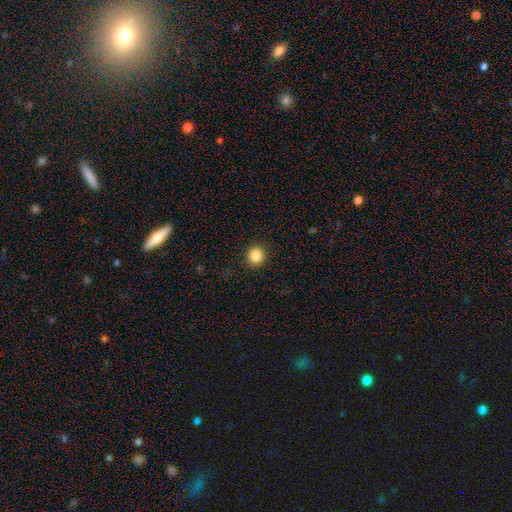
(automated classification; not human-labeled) This is clearly a smooth galaxy (85%). How rounded: clearly round (92%). Merging: clearly none (92%).